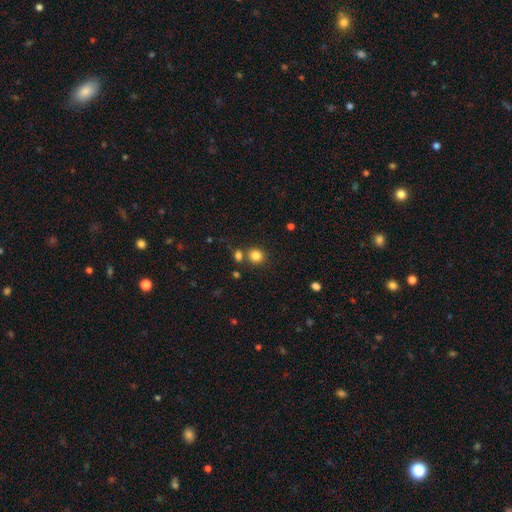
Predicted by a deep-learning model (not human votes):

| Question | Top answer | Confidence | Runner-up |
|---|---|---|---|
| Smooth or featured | smooth | 83% | star or artifact (12%) |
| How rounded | round | 83% | in between (16%) |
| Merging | none | 72% | merger (17%) |